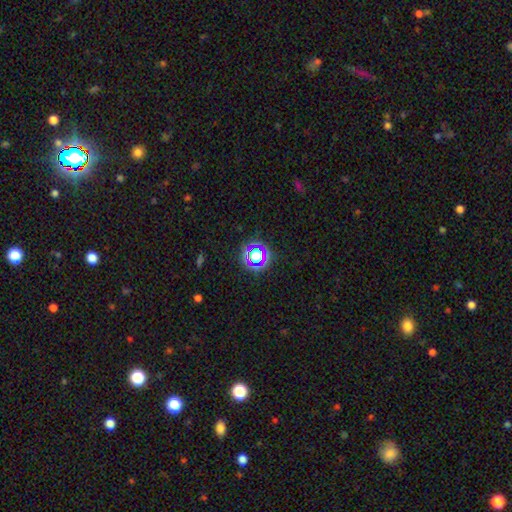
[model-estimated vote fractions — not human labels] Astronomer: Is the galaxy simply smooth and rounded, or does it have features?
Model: star or artifact — 60%.